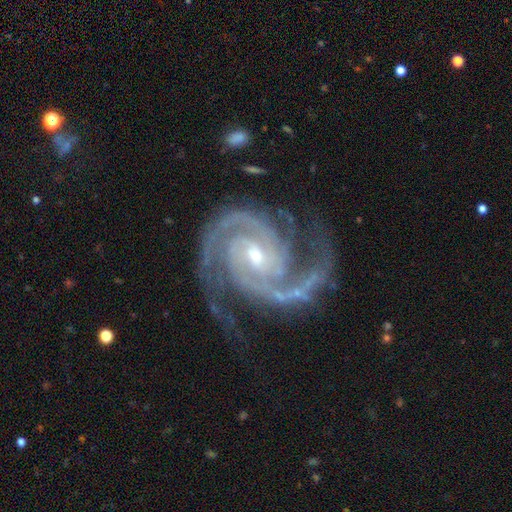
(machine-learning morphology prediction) The model was most divided on "bar": weak: 40%, no: 38%, strong: 22%. More confident: spiral arms — yes (99%); edge-on disk — no (98%); smooth or featured — featured or disk (94%); spiral arm count — 2 (75%); merging — none (71%); spiral winding — tight (59%); bulge size — small (53%).